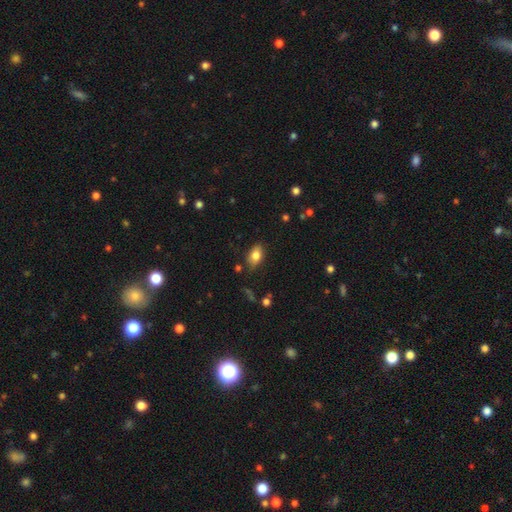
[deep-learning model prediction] A smooth galaxy with no disk features (81%) that is in between round and cigar-shaped (88%).

Vote fractions:
- Smooth or featured? smooth: 81% / featured or disk: 11% / star or artifact: 8%
- How rounded? in between: 88% / round: 9% / cigar-shaped: 3%
- Merging? none: 81% / minor disturbance: 14% / major disturbance: 3% / merger: 2%